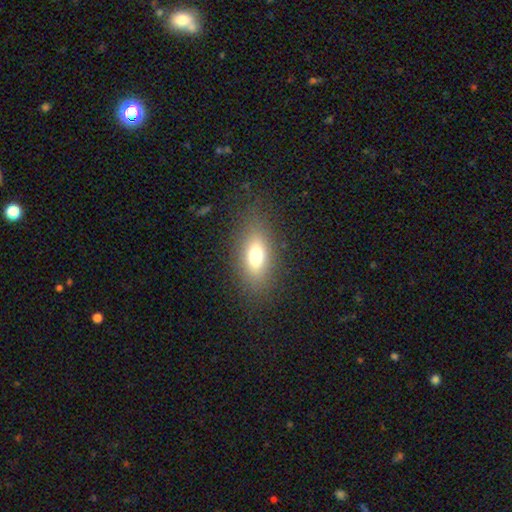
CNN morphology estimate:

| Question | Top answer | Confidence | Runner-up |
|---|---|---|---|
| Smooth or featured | smooth | 70% | featured or disk (18%) |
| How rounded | in between | 80% | round (10%) |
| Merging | none | 81% | minor disturbance (12%) |